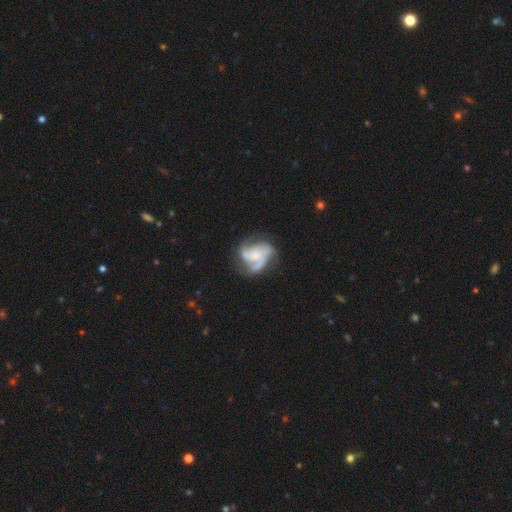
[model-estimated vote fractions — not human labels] Smooth or featured?
  - featured or disk: 84% *
  - smooth: 10%
  - star or artifact: 6%
Edge-on disk?
  - no: 98% *
  - yes: 2%
Bar?
  - no: 66% *
  - weak: 27%
  - strong: 7%
Spiral arms?
  - yes: 96% *
  - no: 4%
Spiral winding?
  - medium: 52% *
  - tight: 26%
  - loose: 23%
Spiral arm count?
  - 3: 67% *
  - 4: 10%
  - 2: 9%
  - can't tell: 6%
  - 1: 3%
  - more than 4: 3%
Bulge size?
  - small: 50% *
  - moderate: 24%
  - none: 19%
  - large: 5%
  - dominant: 2%
Merging?
  - none: 59% *
  - minor disturbance: 20%
  - major disturbance: 18%
  - merger: 2%